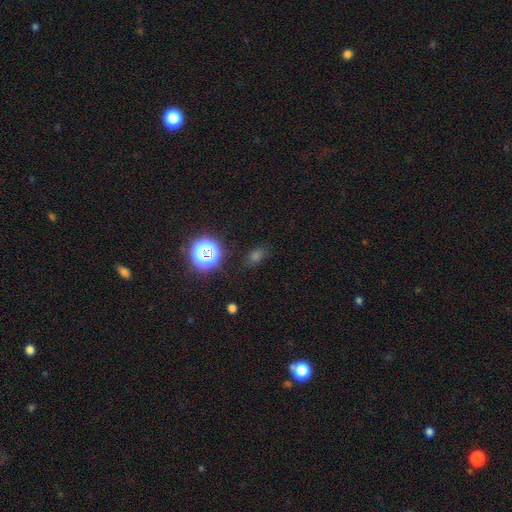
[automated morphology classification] A smooth galaxy with no disk features (53%) that is in between round and cigar-shaped (53%). Merging: none (80%).